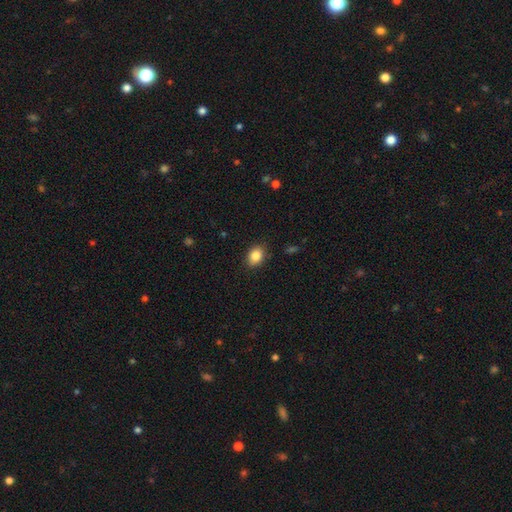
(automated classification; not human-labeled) A smooth galaxy with no disk features (86%) that is in between round and cigar-shaped (68%). Merging: none (86%).